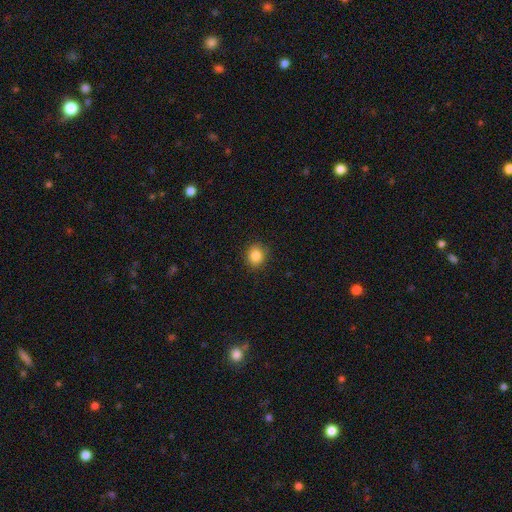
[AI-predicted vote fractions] The model was most divided on "how rounded": round: 80%, in between: 19%, cigar-shaped: 1%. More confident: merging — none (89%); smooth or featured — smooth (85%).